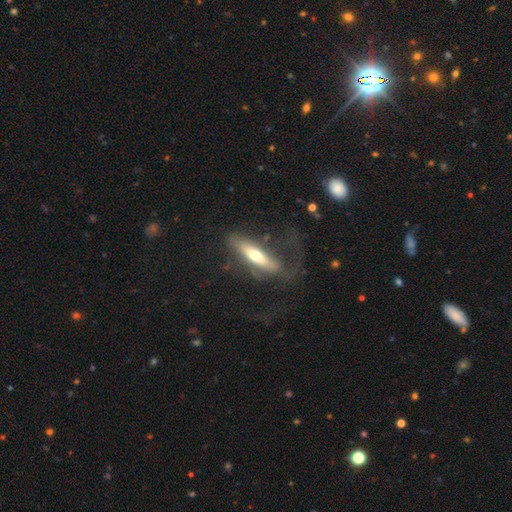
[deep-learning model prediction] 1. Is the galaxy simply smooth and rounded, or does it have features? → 48% featured or disk, 46% smooth, 6% star or artifact.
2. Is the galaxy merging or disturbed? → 44% none, 31% major disturbance, 22% minor disturbance, 2% merger.